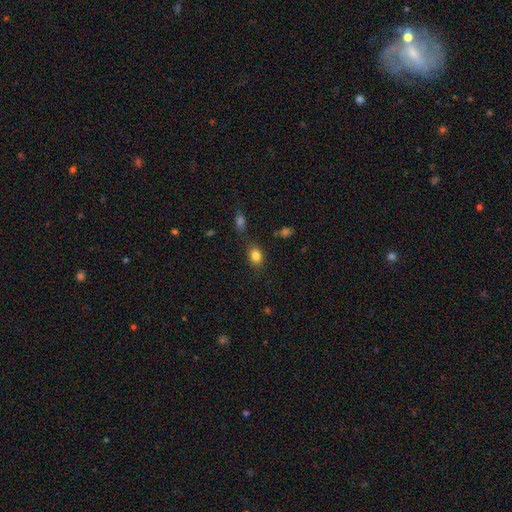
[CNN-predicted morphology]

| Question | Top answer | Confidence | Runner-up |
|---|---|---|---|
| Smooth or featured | smooth | 83% | star or artifact (10%) |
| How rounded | in between | 67% | round (31%) |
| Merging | none | 76% | minor disturbance (14%) |